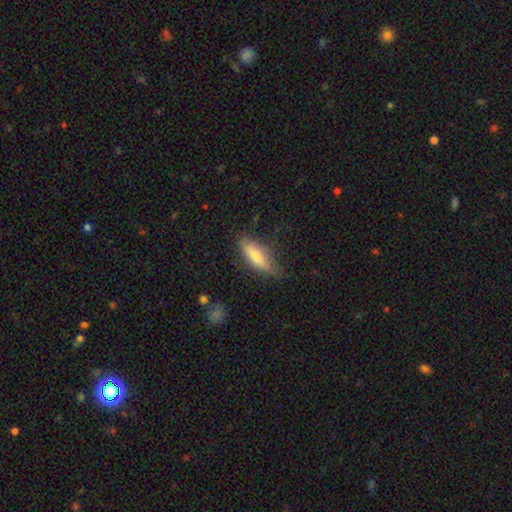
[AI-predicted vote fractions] A smooth galaxy with no disk features (67%) that is in between round and cigar-shaped (52%).

Vote fractions:
- Smooth or featured? smooth: 67% / featured or disk: 26% / star or artifact: 6%
- How rounded? in between: 52% / cigar-shaped: 46% / round: 2%
- Merging? none: 73% / minor disturbance: 21% / major disturbance: 5% / merger: 1%